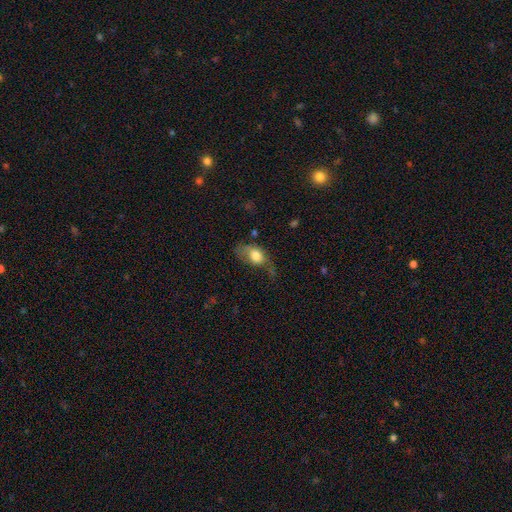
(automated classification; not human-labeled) Morphology: type=smooth (72%); roundness=in between (79%); merging=major disturbance (34%).